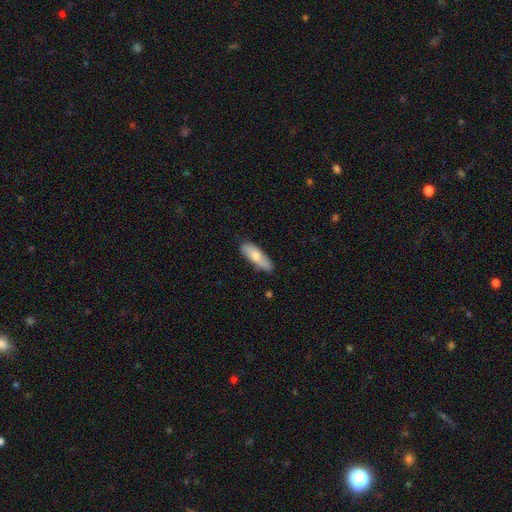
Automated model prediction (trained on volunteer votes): Q: Smooth or featured?
A: smooth (73%); runner-up: featured or disk (21%)
Q: How rounded?
A: in between (58%); runner-up: cigar-shaped (40%)
Q: Merging?
A: none (77%); runner-up: minor disturbance (18%)